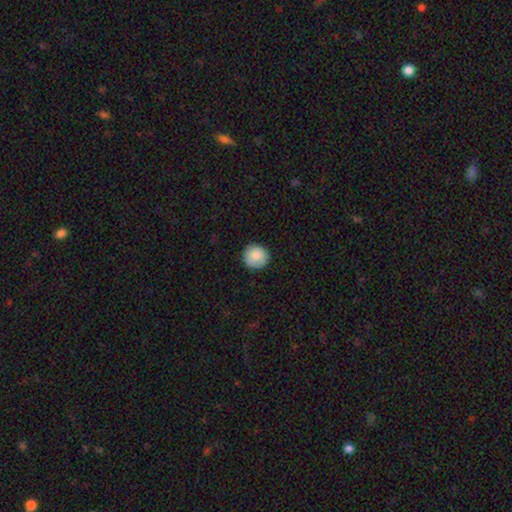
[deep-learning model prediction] Smooth or featured: smooth — 86% (star or artifact — 7%)
How rounded: round — 94% (in between — 5%)
Merging: none — 88% (minor disturbance — 9%)